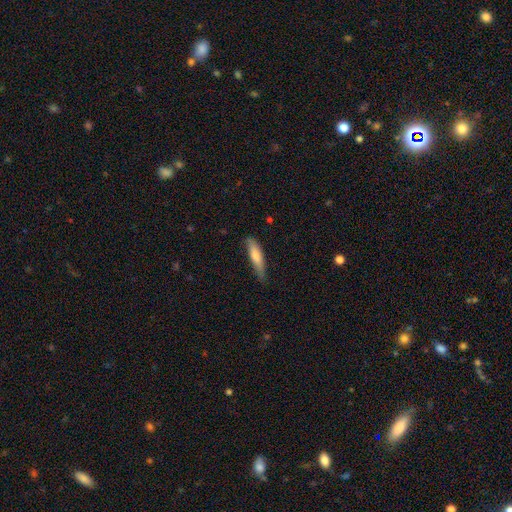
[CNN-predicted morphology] This appears to be a smooth galaxy with no disk features (74%) that is cigar-shaped (77%). Merging: none (66%).